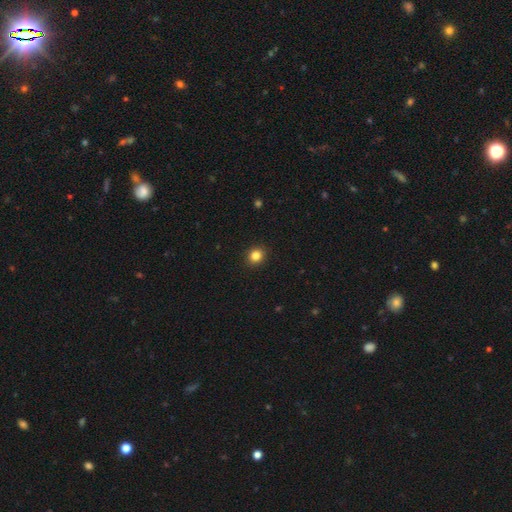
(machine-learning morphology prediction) The model was most divided on "how rounded": round: 80%, in between: 19%, cigar-shaped: 1%. More confident: merging — none (92%); smooth or featured — smooth (84%).